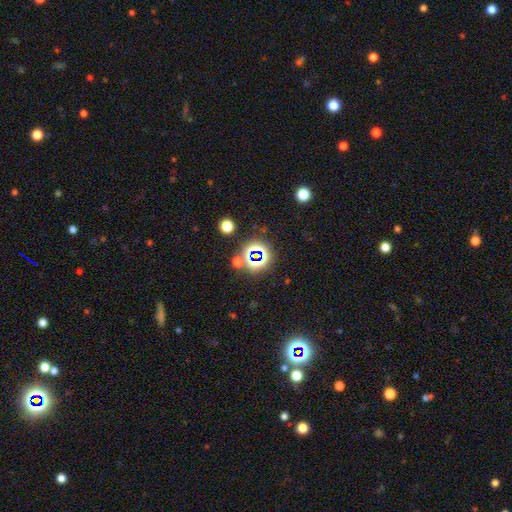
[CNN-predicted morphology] Smooth or featured?
  - star or artifact: 67% *
  - smooth: 24%
  - featured or disk: 9%